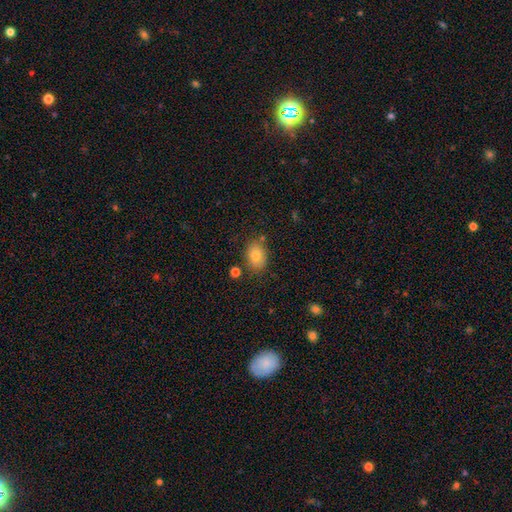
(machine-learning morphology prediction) Smooth or featured: smooth — 78% (featured or disk — 12%)
How rounded: in between — 70% (round — 29%)
Merging: none — 78% (minor disturbance — 14%)